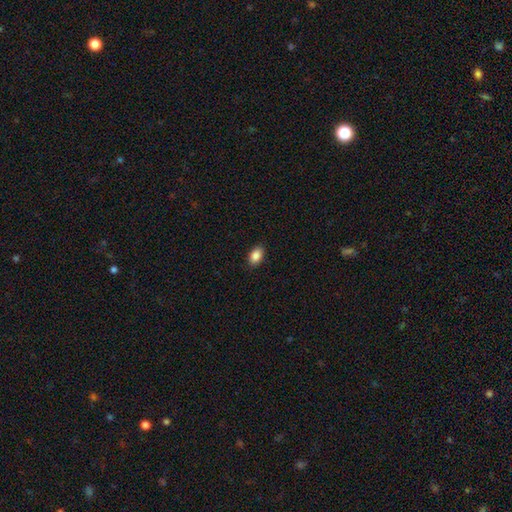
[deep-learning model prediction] A smooth galaxy with no disk features (88%) that is in between round and cigar-shaped (88%).

Vote fractions:
- Smooth or featured? smooth: 88% / star or artifact: 8% / featured or disk: 4%
- How rounded? in between: 88% / round: 11% / cigar-shaped: 1%
- Merging? none: 90% / minor disturbance: 8% / major disturbance: 2% / merger: 1%